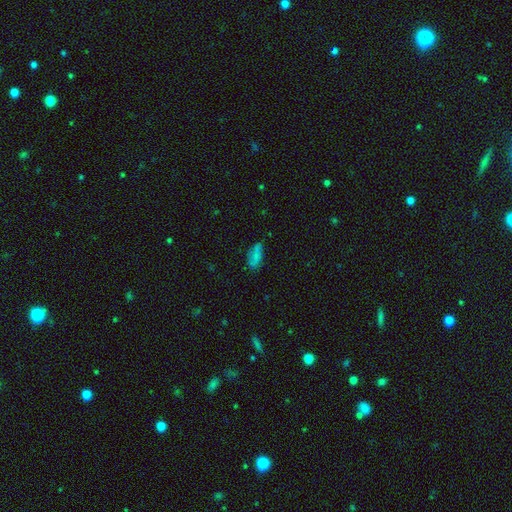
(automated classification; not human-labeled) Q: Smooth or featured?
A: smooth (74%); runner-up: featured or disk (15%)
Q: How rounded?
A: in between (81%); runner-up: cigar-shaped (16%)
Q: Merging?
A: none (61%); runner-up: minor disturbance (27%)